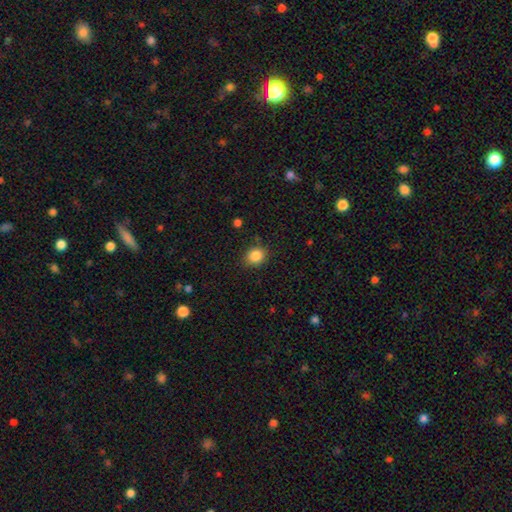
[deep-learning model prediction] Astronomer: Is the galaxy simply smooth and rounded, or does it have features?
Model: smooth — 85%.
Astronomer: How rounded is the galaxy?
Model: round — 66%.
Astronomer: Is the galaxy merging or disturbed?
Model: none — 85%.